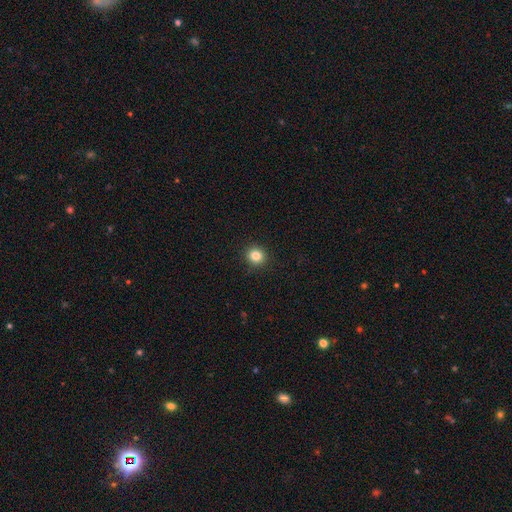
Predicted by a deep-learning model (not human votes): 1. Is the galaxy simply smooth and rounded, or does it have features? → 83% smooth, 11% star or artifact, 5% featured or disk.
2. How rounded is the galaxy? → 89% round, 10% in between, 1% cigar-shaped.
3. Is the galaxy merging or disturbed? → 92% none, 5% minor disturbance, 2% major disturbance, 1% merger.